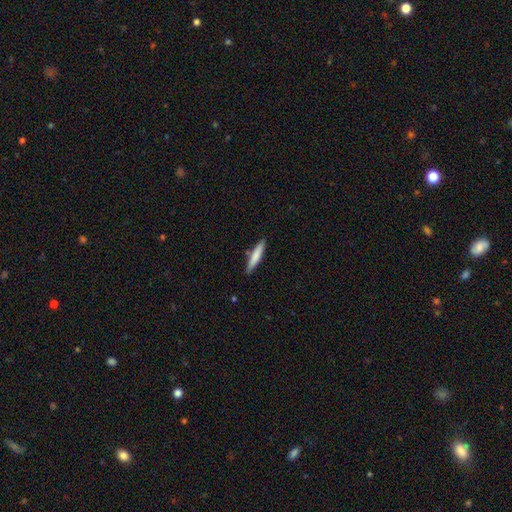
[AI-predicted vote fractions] Smooth or featured? smooth (75%)
How rounded? cigar-shaped (90%)
Merging? none (85%)